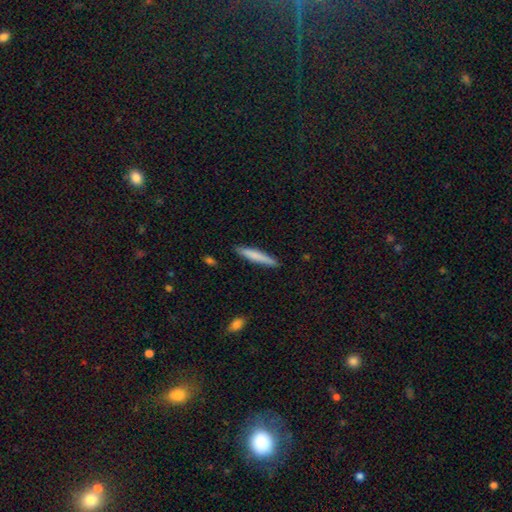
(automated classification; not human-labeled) Q: Smooth or featured?
A: smooth (76%); runner-up: featured or disk (19%)
Q: How rounded?
A: cigar-shaped (93%); runner-up: in between (6%)
Q: Merging?
A: none (88%); runner-up: minor disturbance (9%)